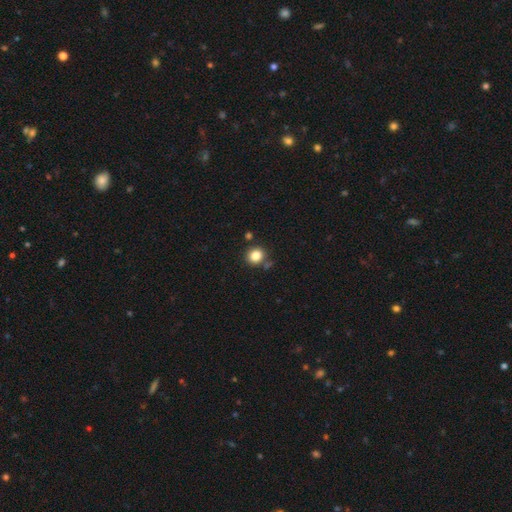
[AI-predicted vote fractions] Smooth or featured: smooth — 84% (star or artifact — 11%)
How rounded: round — 86% (in between — 13%)
Merging: none — 81% (minor disturbance — 9%)